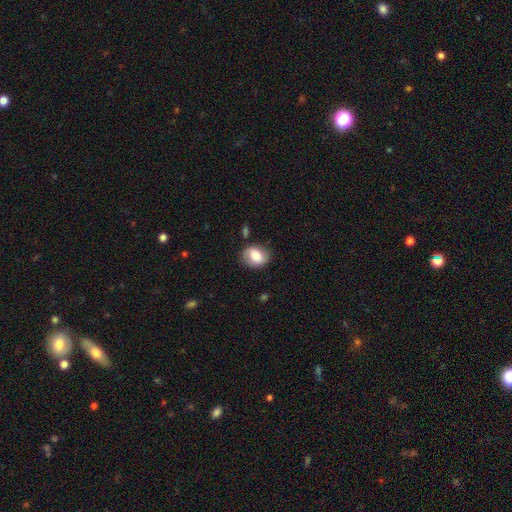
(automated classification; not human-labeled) Smooth or featured: smooth — 74% (featured or disk — 18%)
How rounded: in between — 57% (round — 42%)
Merging: none — 75% (minor disturbance — 18%)